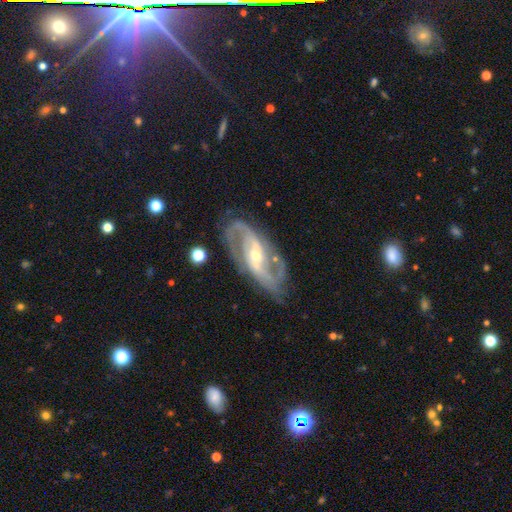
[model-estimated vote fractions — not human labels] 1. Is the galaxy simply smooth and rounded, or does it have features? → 90% featured or disk, 5% star or artifact, 5% smooth.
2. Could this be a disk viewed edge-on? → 95% no, 5% yes.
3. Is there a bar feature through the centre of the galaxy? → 39% strong, 35% weak, 25% no.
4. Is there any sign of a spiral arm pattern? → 97% yes, 3% no.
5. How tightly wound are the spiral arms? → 53% medium, 28% tight, 19% loose.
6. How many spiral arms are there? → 84% 2, 6% 3, 5% can't tell, 2% 1, 2% 4, 2% more than 4.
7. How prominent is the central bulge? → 58% small, 39% moderate, 2% large, 1% none, 1% dominant.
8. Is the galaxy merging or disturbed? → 76% none, 16% minor disturbance, 7% major disturbance, 2% merger.